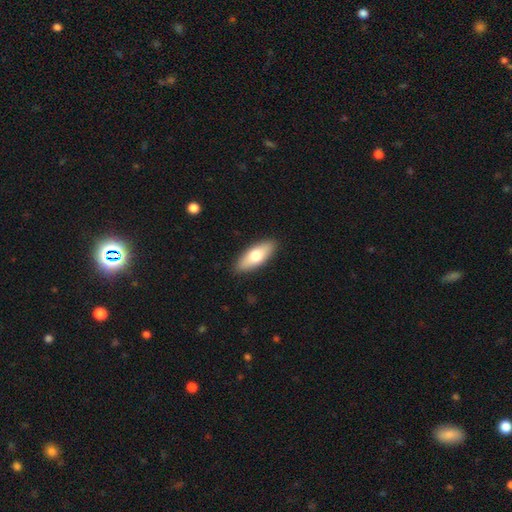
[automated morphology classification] This appears to be a smooth galaxy with no disk features (69%) that is in between round and cigar-shaped (69%). Merging: none (89%).